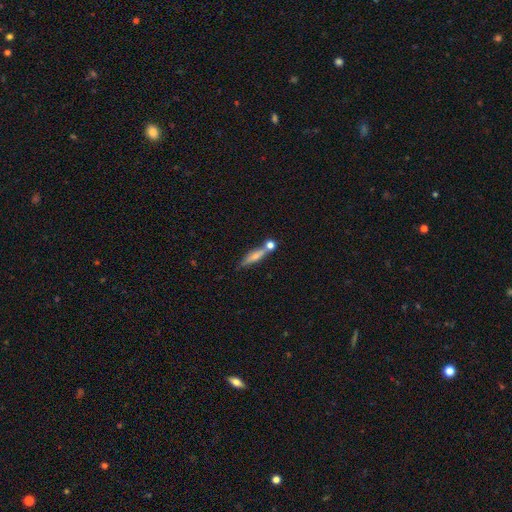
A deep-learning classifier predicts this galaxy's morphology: A smooth galaxy with no disk features (57%) that is cigar-shaped (76%).

Vote fractions:
- Smooth or featured? smooth: 57% / featured or disk: 35% / star or artifact: 8%
- How rounded? cigar-shaped: 76% / in between: 20% / round: 4%
- Merging? none: 56% / merger: 26% / minor disturbance: 13% / major disturbance: 5%